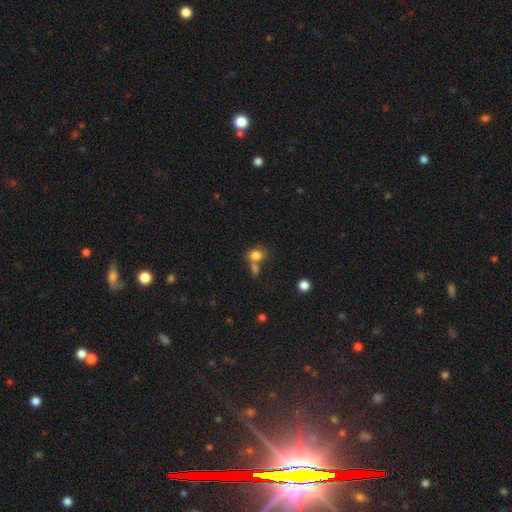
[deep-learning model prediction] Smooth or featured? Predicted: smooth (p=0.80). How rounded? Predicted: round (p=0.60). Merging? Predicted: none (p=0.45).